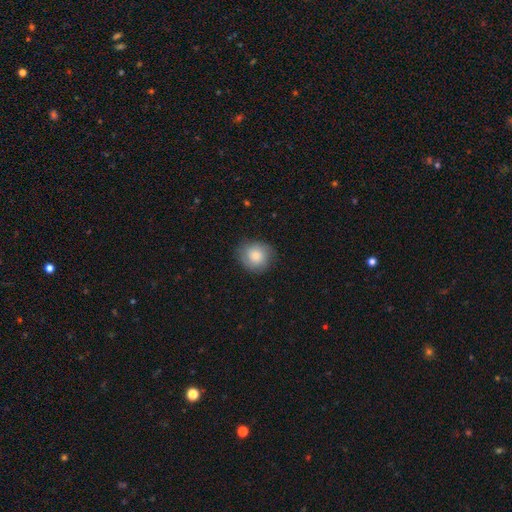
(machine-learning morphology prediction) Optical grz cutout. It shows a smooth galaxy with no disk features (81%) that is round (80%). Merging: none (81%).